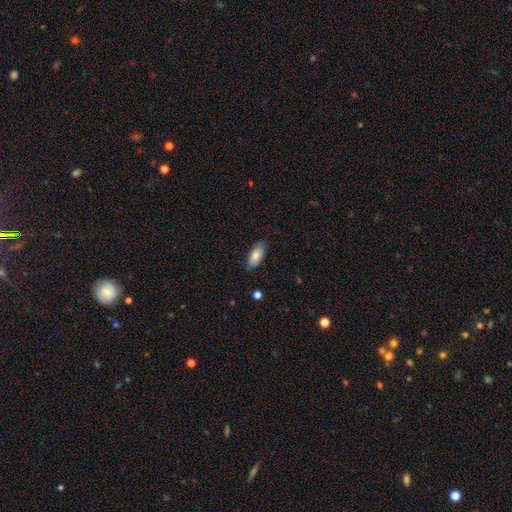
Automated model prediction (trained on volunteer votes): Overall: smooth (83%). How rounded: in between (88%). Merging: none (80%).